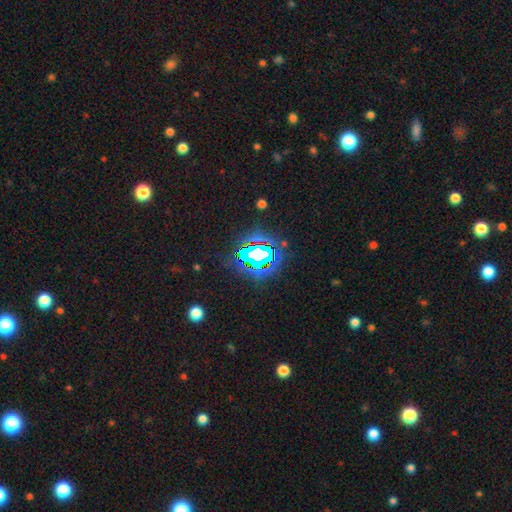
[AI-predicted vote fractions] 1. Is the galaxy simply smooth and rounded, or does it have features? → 73% star or artifact, 16% smooth, 10% featured or disk.